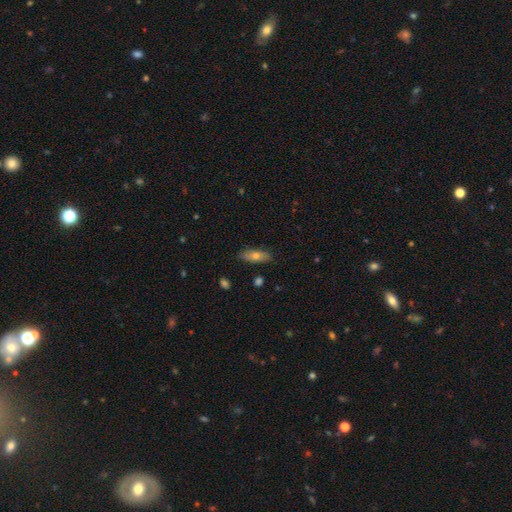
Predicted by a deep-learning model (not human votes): Overall: smooth (65%; featured or disk 27%). How rounded: in between (64%; cigar-shaped 33%). Merging: none (86%).